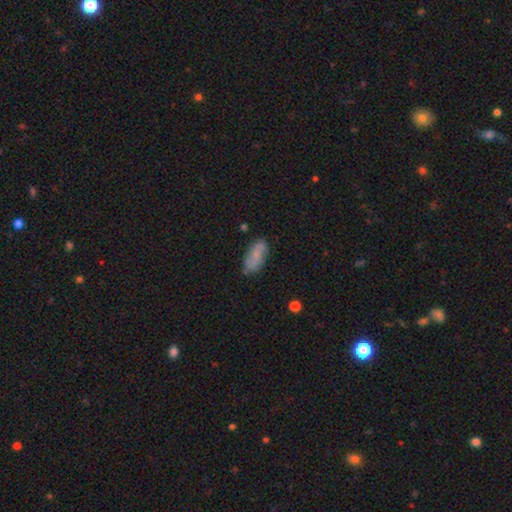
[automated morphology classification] smooth_or_featured: smooth (p=0.53) [alt: featured or disk p=0.39]
how_rounded: in between (p=0.85) [alt: cigar-shaped p=0.12]
merging: none (p=0.74) [alt: minor disturbance p=0.19]